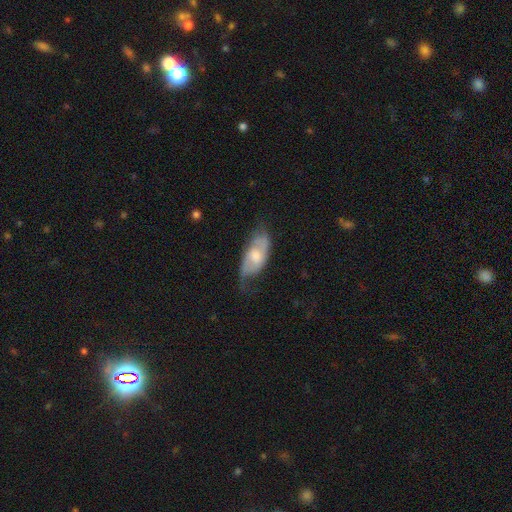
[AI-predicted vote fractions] featured or disk 55%, smooth 38%, star or artifact 6%. Down the decision tree: edge-on disk — no (88%); merging — none (46%).